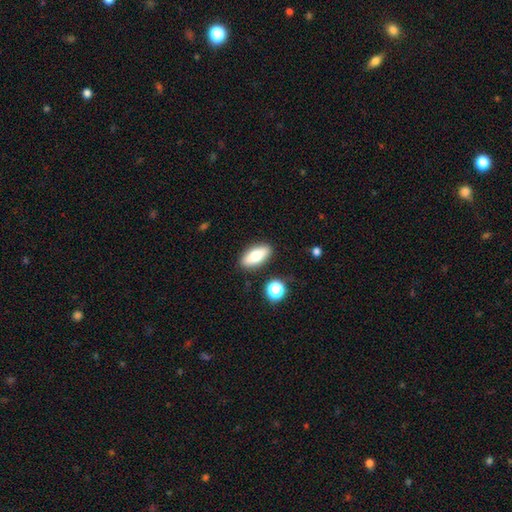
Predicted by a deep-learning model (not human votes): Q: Smooth or featured?
A: smooth (71%); runner-up: featured or disk (21%)
Q: How rounded?
A: in between (81%); runner-up: cigar-shaped (16%)
Q: Merging?
A: none (87%); runner-up: minor disturbance (8%)